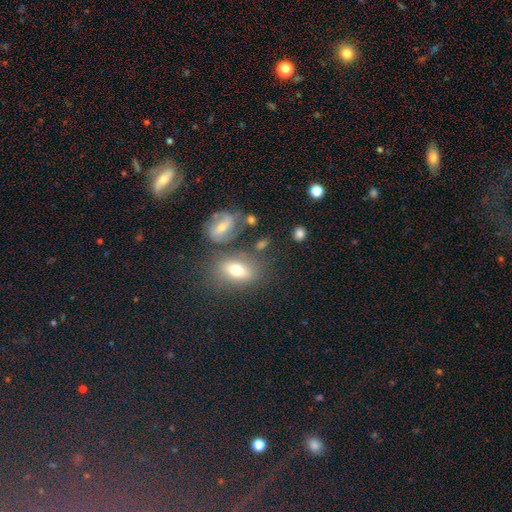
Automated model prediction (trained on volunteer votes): smooth_or_featured: smooth (p=0.55) [alt: star or artifact p=0.28]
how_rounded: in between (p=0.79) [alt: round p=0.16]
merging: none (p=0.68) [alt: merger p=0.15]